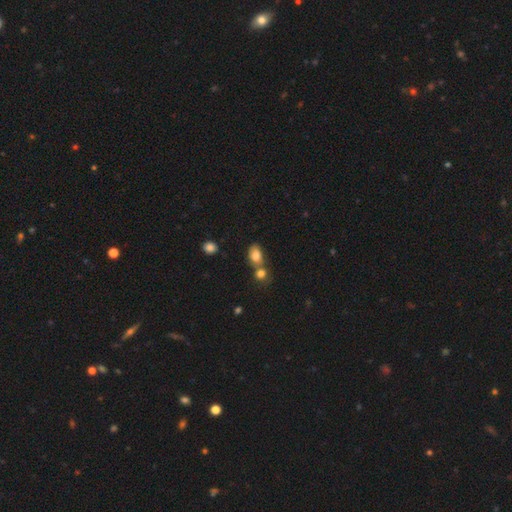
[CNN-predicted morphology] The model was most divided on "merging": merger: 43%, none: 42%, minor disturbance: 12%, major disturbance: 4%. More confident: smooth or featured — smooth (81%); how rounded — in between (79%).